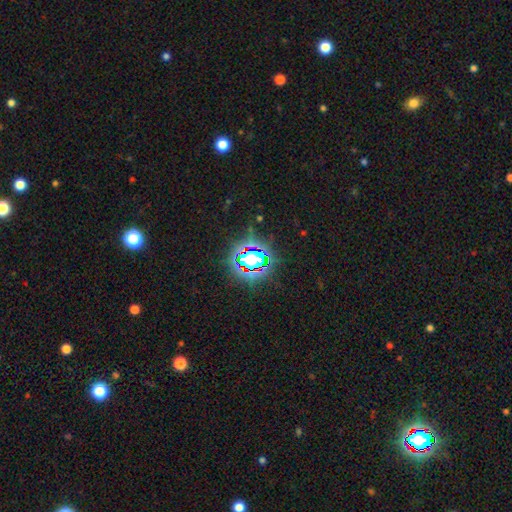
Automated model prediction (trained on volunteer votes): Morphology: type=star or artifact (72%).